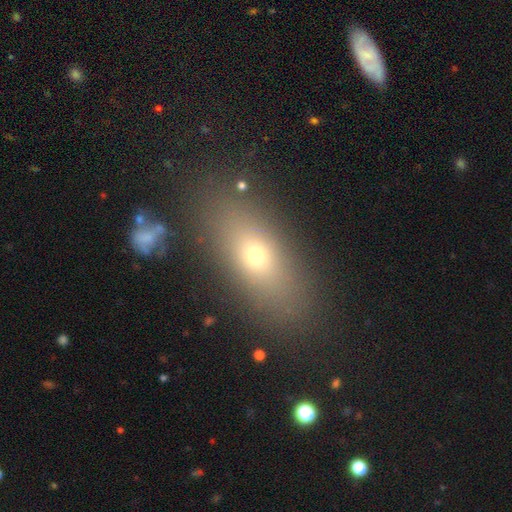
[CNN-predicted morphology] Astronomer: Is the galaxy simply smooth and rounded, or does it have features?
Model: smooth — 67%.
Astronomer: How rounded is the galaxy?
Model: in between — 72%.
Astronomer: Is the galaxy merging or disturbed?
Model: none — 83%.